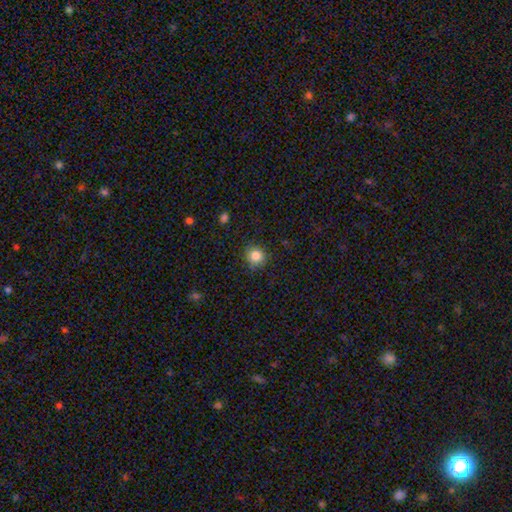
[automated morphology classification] Smooth or featured?
  - smooth: 84% *
  - star or artifact: 11%
  - featured or disk: 5%
How rounded?
  - round: 88% *
  - in between: 11%
  - cigar-shaped: 1%
Merging?
  - none: 86% *
  - minor disturbance: 10%
  - major disturbance: 3%
  - merger: 1%